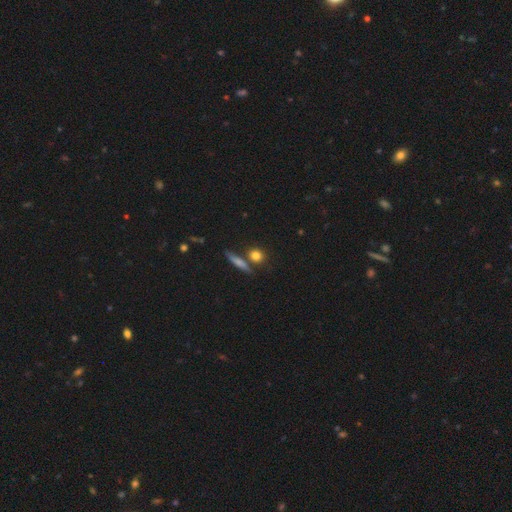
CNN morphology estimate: Smooth or featured: smooth — 79% (featured or disk — 10%)
How rounded: round — 70% (in between — 17%)
Merging: none — 69% (merger — 17%)